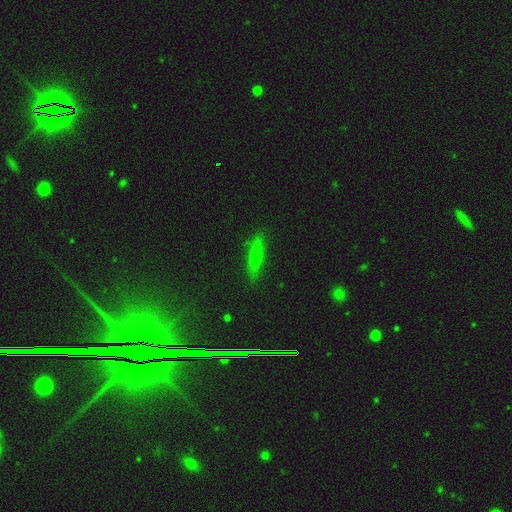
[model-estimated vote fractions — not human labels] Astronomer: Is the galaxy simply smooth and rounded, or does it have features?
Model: smooth — 58%.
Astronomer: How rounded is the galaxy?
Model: cigar-shaped — 78%.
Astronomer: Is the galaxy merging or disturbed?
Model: none — 87%.